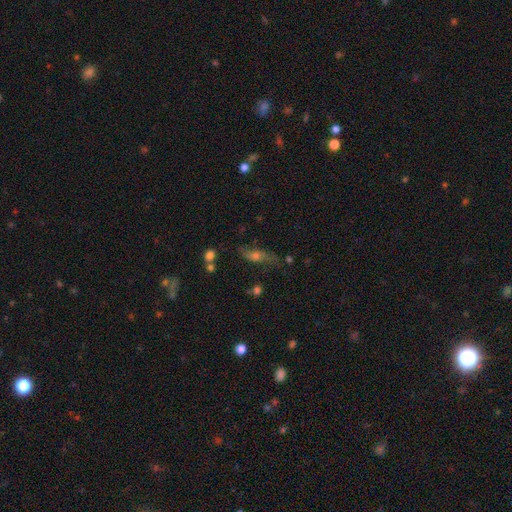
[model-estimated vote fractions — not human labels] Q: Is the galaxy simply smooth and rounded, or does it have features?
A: smooth — 45%.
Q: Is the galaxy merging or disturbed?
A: none — 62%.